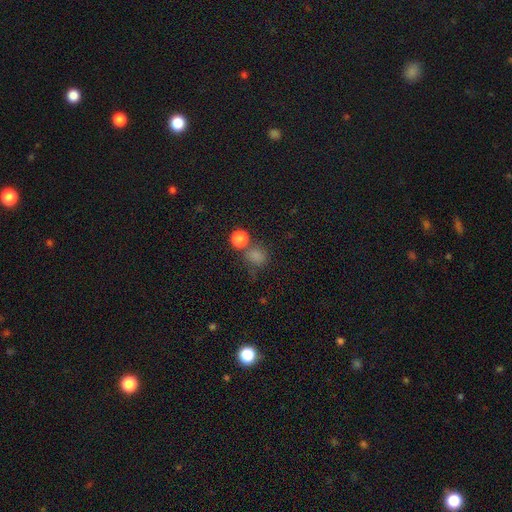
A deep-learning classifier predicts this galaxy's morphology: smooth-or-featured: smooth: 77% | star or artifact: 17% | featured or disk: 6%
  how-rounded: round: 76% | in between: 23% | cigar-shaped: 1%
  merging: none: 58% | merger: 19% | minor disturbance: 15% | major disturbance: 8%